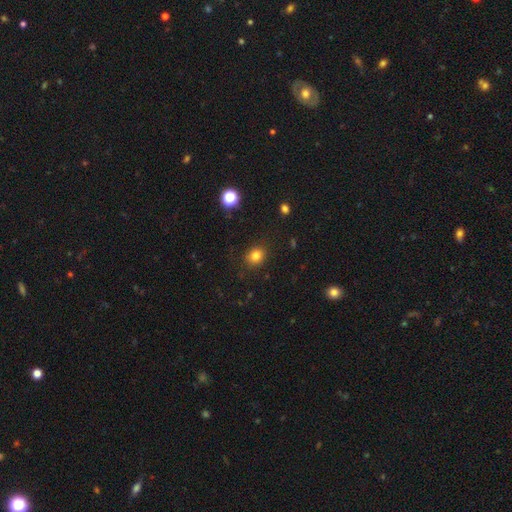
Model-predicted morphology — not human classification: The model was most divided on "how rounded": round: 66%, in between: 33%, cigar-shaped: 1%. More confident: merging — none (87%); smooth or featured — smooth (81%).